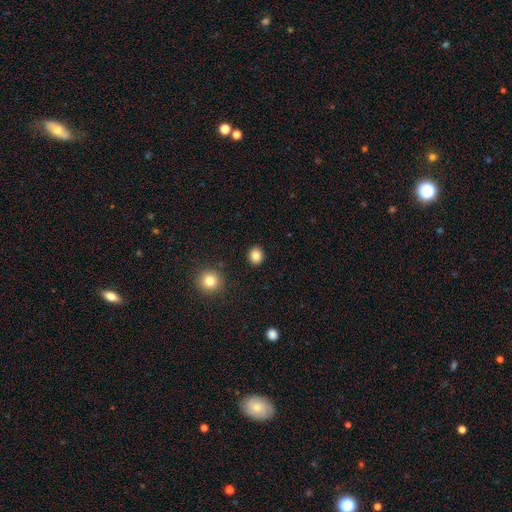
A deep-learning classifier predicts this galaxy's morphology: Overall: smooth (84%). How rounded: round (82%). Merging: none (91%).